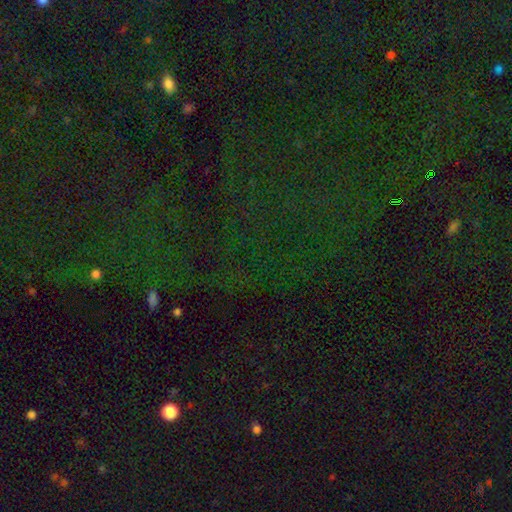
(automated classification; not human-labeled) Q: Smooth or featured?
A: star or artifact (80%); runner-up: smooth (11%)